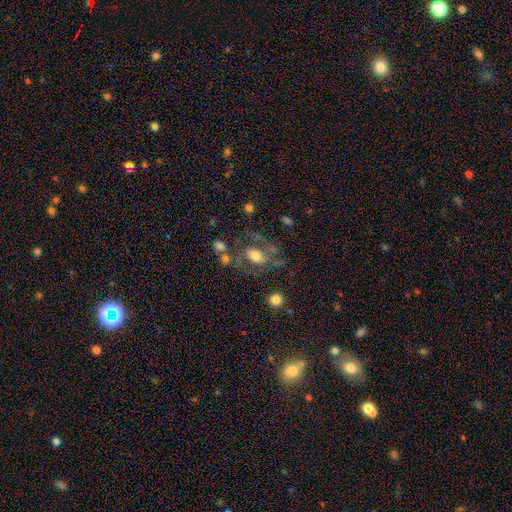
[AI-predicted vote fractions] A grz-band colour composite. It shows a smooth galaxy with no disk features (49%). Merging: none (50%).